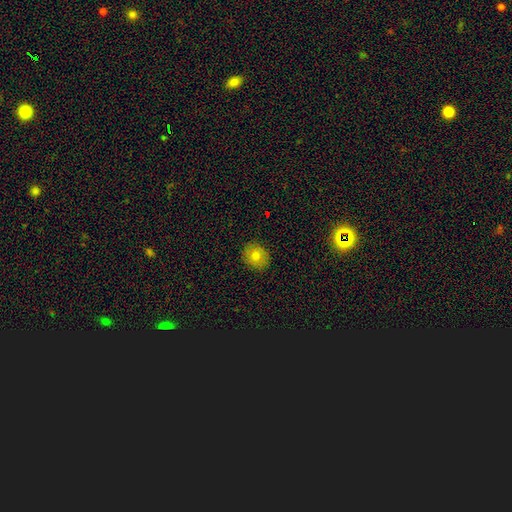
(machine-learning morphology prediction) A smooth galaxy with no disk features (75%) that is round (74%).

Vote fractions:
- Smooth or featured? smooth: 75% / featured or disk: 14% / star or artifact: 10%
- How rounded? round: 74% / in between: 25% / cigar-shaped: 1%
- Merging? none: 89% / minor disturbance: 8% / major disturbance: 2% / merger: 1%